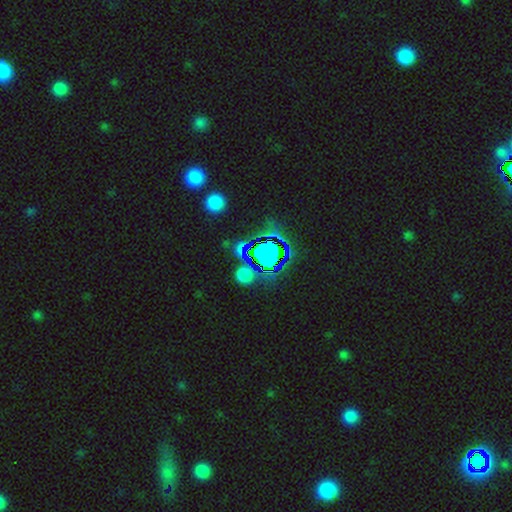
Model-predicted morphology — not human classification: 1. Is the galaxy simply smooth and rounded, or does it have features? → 63% star or artifact, 26% smooth, 11% featured or disk.